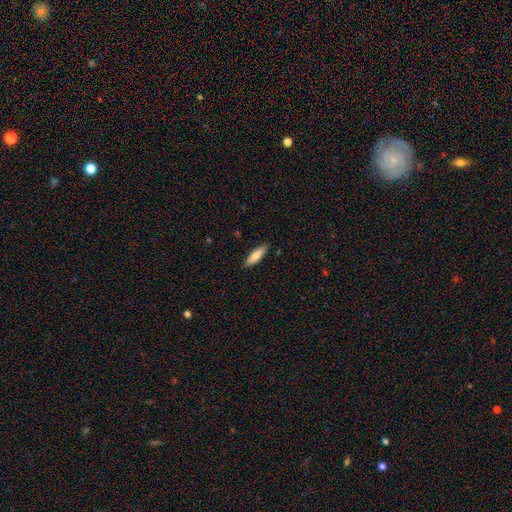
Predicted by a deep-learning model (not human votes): Overall: smooth (79%). How rounded: cigar-shaped (57%; in between 41%). Merging: none (87%).